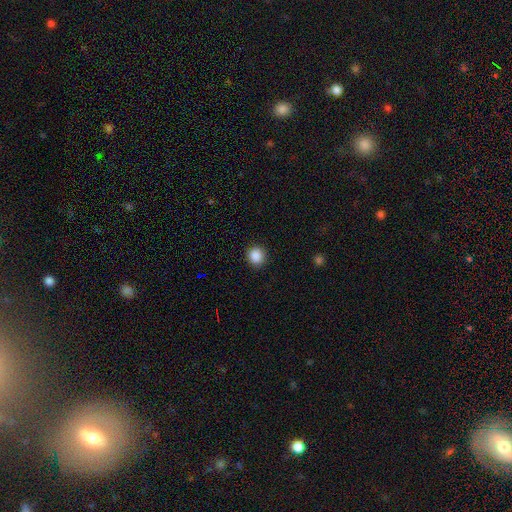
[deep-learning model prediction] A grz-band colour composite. It shows a smooth galaxy with no disk features (88%) that is round (89%). Merging: none (91%).